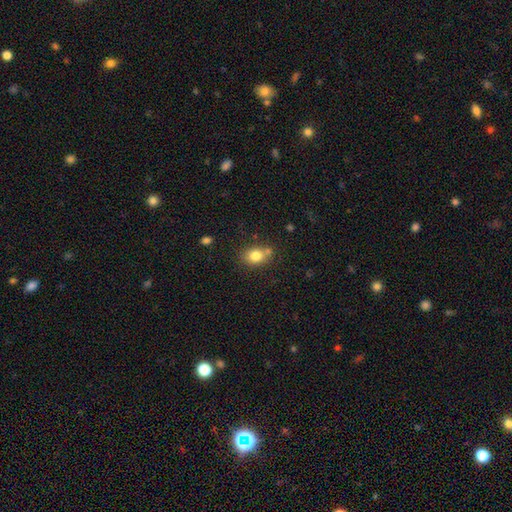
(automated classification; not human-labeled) Smooth or featured? Predicted: smooth (p=0.80). How rounded? Predicted: in between (p=0.56). Merging? Predicted: none (p=0.64).